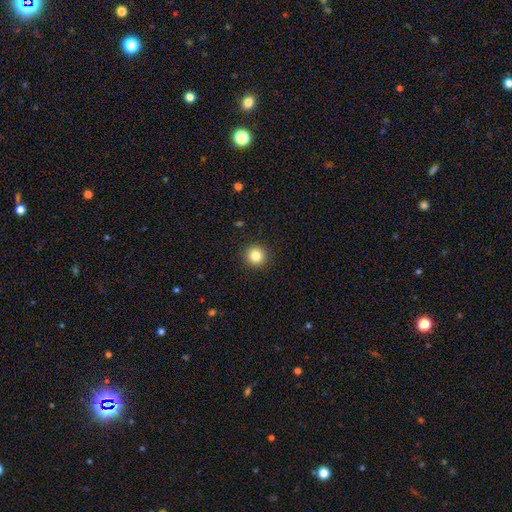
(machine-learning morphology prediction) This appears to be a smooth galaxy with no disk features (83%) that is round (94%). Merging: none (92%).